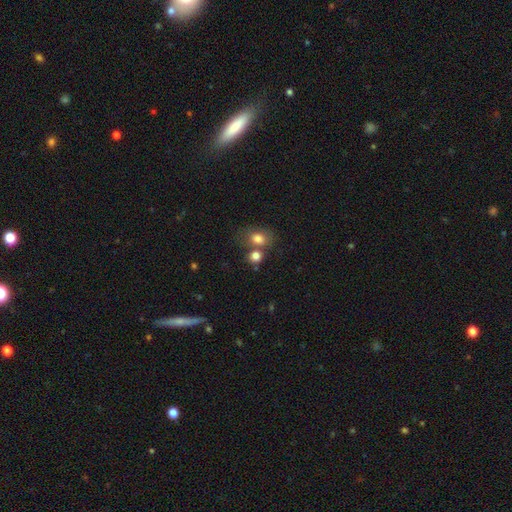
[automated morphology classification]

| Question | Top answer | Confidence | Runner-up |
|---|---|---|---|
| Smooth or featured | smooth | 79% | star or artifact (12%) |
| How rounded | round | 62% | in between (37%) |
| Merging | none | 51% | merger (34%) |